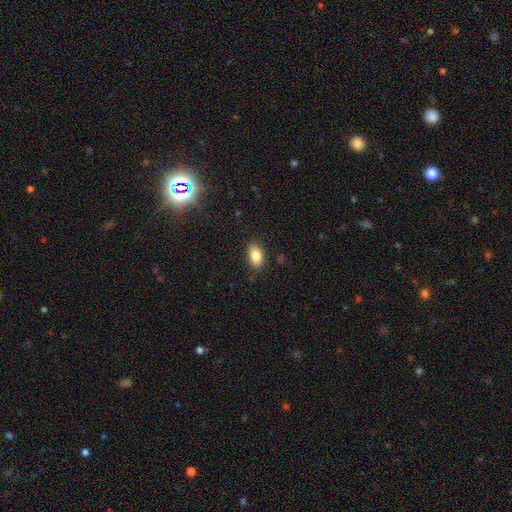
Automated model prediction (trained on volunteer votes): Smooth or featured: smooth — 84% (star or artifact — 8%)
How rounded: in between — 89% (round — 9%)
Merging: none — 87% (minor disturbance — 9%)